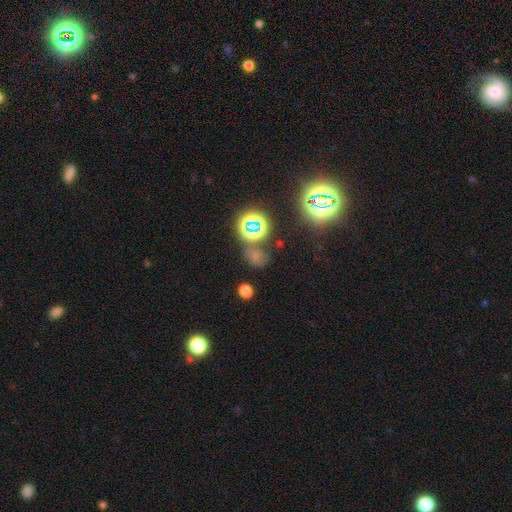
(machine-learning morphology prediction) Smooth or featured: smooth — 50% (star or artifact — 42%)
Merging: none — 62% (minor disturbance — 16%)